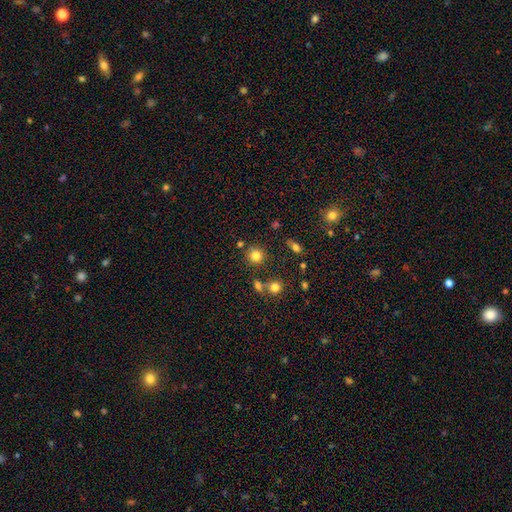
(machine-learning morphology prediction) Overall: smooth (80%). How rounded: round (91%). Merging: none (81%).